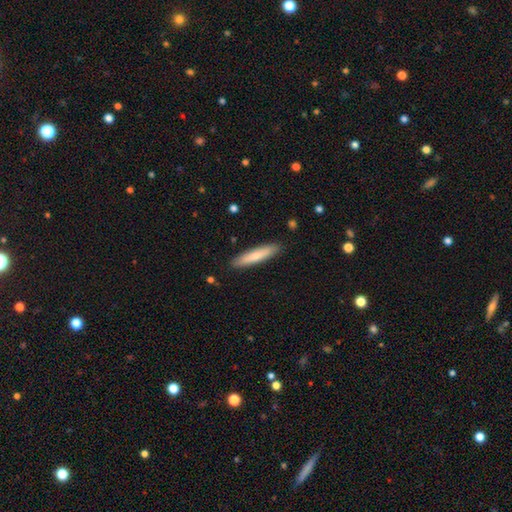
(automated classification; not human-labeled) This is likely a smooth galaxy (74%). How rounded: clearly cigar-shaped (88%). Merging: clearly none (90%).